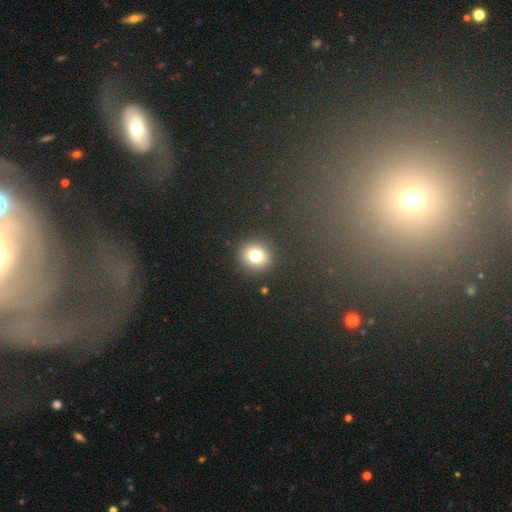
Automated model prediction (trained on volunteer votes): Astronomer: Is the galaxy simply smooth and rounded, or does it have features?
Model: smooth — 77%.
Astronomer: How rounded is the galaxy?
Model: round — 83%.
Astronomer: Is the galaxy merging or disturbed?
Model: none — 90%.